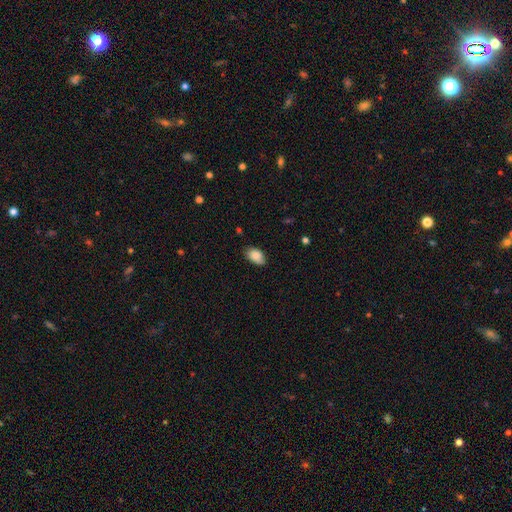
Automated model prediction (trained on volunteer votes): Q: Smooth or featured?
A: smooth (86%); runner-up: star or artifact (7%)
Q: How rounded?
A: in between (91%); runner-up: round (7%)
Q: Merging?
A: none (70%); runner-up: minor disturbance (24%)